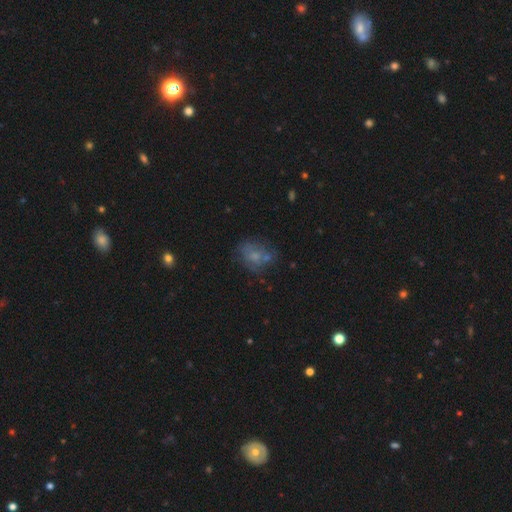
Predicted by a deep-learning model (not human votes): Q: Smooth or featured?
A: smooth (51%); runner-up: featured or disk (33%)
Q: How rounded?
A: in between (50%); runner-up: round (49%)
Q: Merging?
A: none (52%); runner-up: minor disturbance (22%)